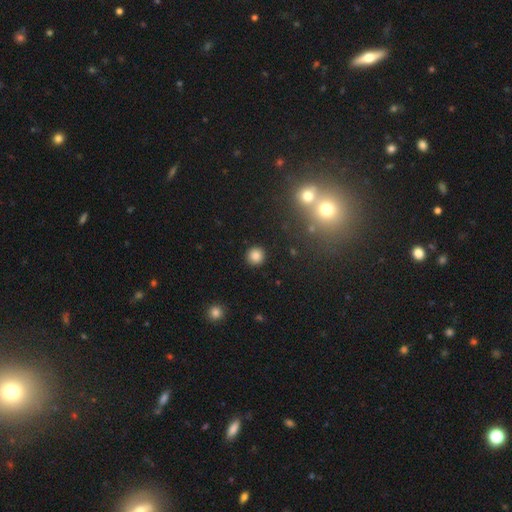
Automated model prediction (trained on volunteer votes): Overall: smooth (83%). How rounded: round (94%). Merging: none (92%).